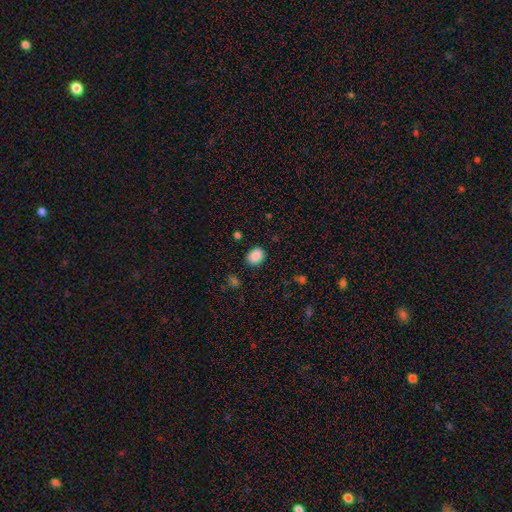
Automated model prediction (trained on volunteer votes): Morphology: type=smooth (88%); roundness=in between (50%); merging=none (85%).